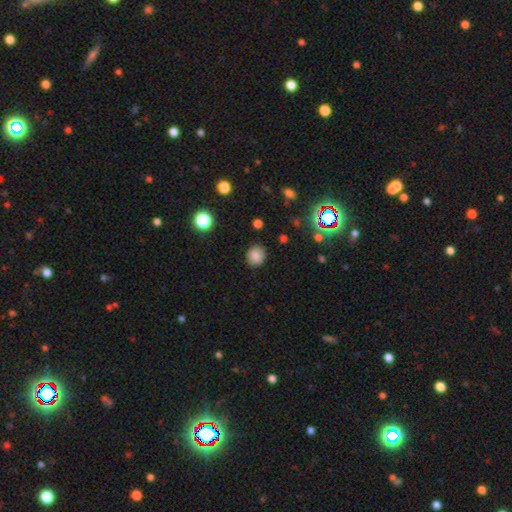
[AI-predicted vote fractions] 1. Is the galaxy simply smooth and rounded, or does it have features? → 82% smooth, 12% star or artifact, 6% featured or disk.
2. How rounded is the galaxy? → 73% round, 26% in between, 1% cigar-shaped.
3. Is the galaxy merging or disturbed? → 87% none, 9% minor disturbance, 3% major disturbance, 1% merger.